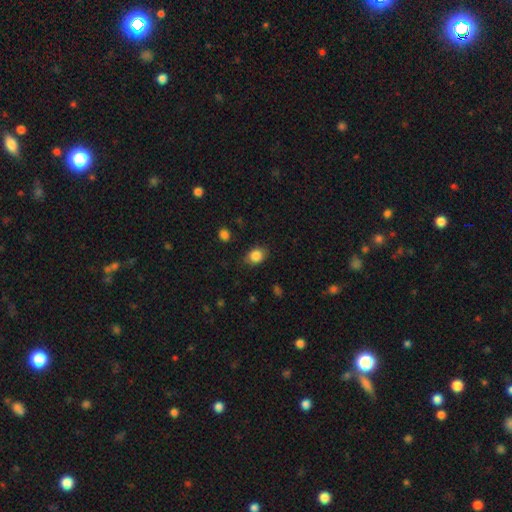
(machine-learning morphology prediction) Smooth or featured? Predicted: smooth (p=0.86). How rounded? Predicted: in between (p=0.52). Merging? Predicted: none (p=0.82).